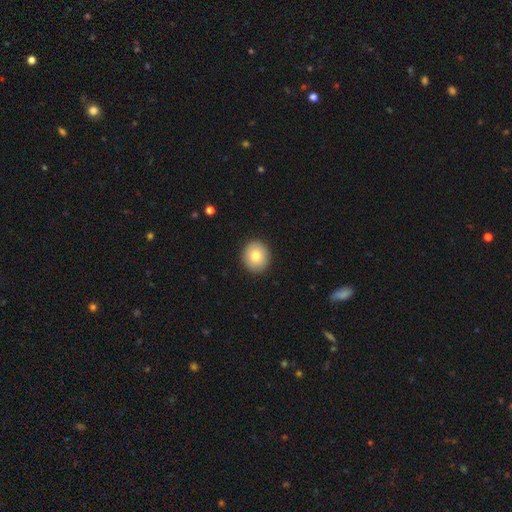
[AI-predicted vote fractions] smooth 80%, featured or disk 12%, star or artifact 8%. Down the decision tree: how rounded — round (88%); merging — none (92%).